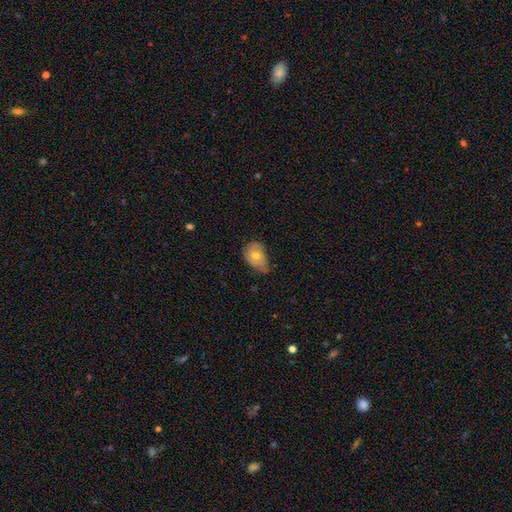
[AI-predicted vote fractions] A smooth galaxy with no disk features (62%) that is in between round and cigar-shaped (73%). Merging: minor disturbance (48%).